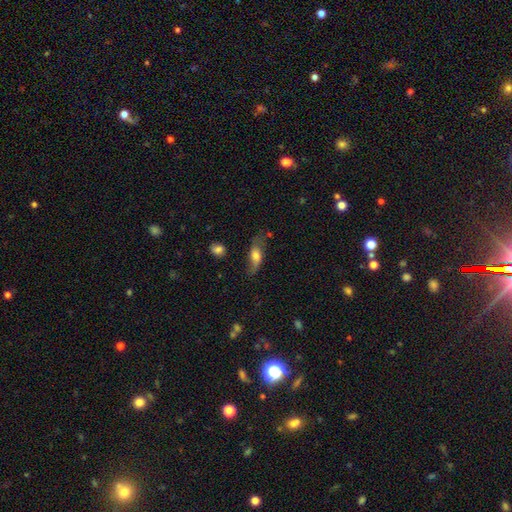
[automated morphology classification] Smooth or featured? smooth (51%)
How rounded? in between (65%)
Merging? none (61%)